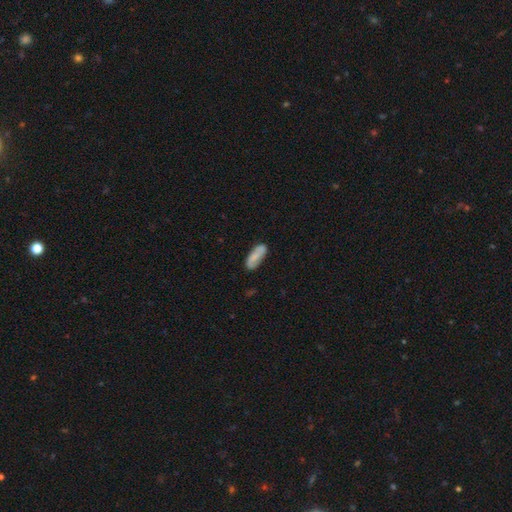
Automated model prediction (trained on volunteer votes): smooth 68%, featured or disk 25%, star or artifact 7%. Down the decision tree: how rounded — in between (70%); merging — none (77%).